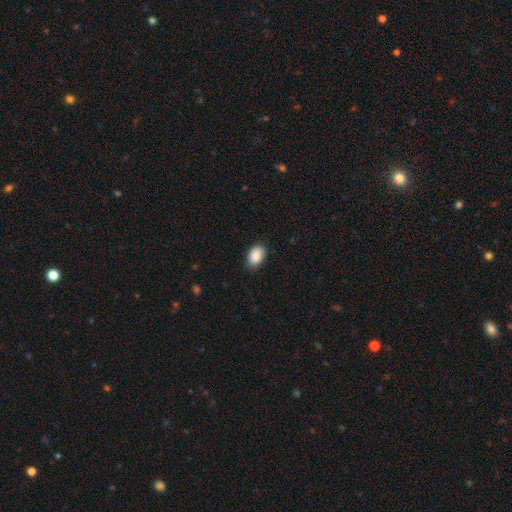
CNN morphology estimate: A smooth galaxy with no disk features (90%) that is in between round and cigar-shaped (89%).

Vote fractions:
- Smooth or featured? smooth: 90% / star or artifact: 7% / featured or disk: 4%
- How rounded? in between: 89% / round: 10% / cigar-shaped: 1%
- Merging? none: 87% / minor disturbance: 10% / major disturbance: 2% / merger: 1%